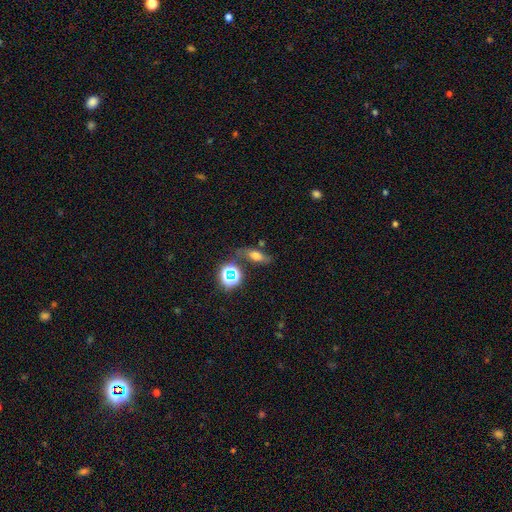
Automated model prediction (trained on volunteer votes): smooth_or_featured: smooth (p=0.52) [alt: featured or disk p=0.28]
how_rounded: in between (p=0.59) [alt: cigar-shaped p=0.25]
merging: none (p=0.64) [alt: minor disturbance p=0.19]